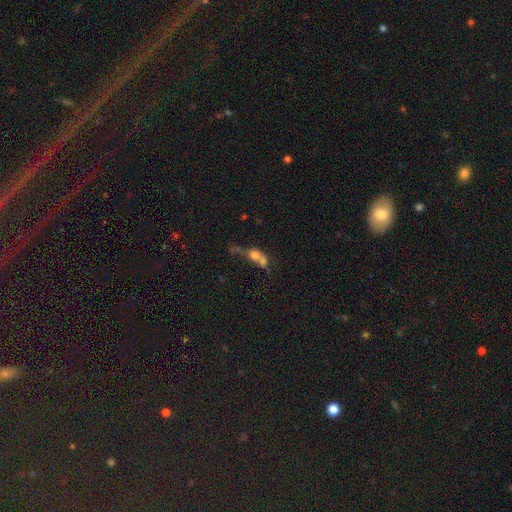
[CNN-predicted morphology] A smooth galaxy with no disk features (60%) that is round (51%). Merging: merger (64%).